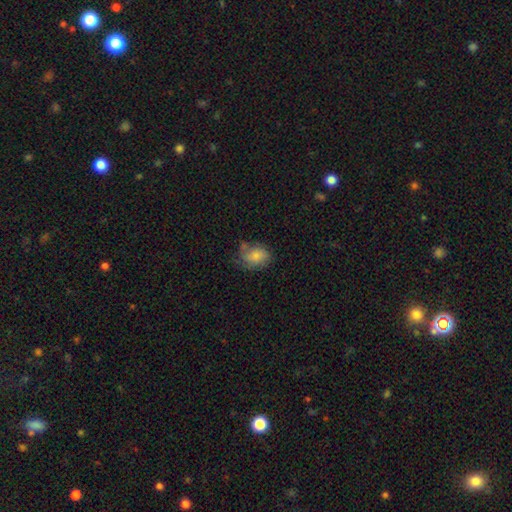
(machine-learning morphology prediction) The model was most divided on "how rounded": in between: 61%, round: 38%, cigar-shaped: 1%. More confident: smooth or featured — smooth (71%); merging — none (59%).